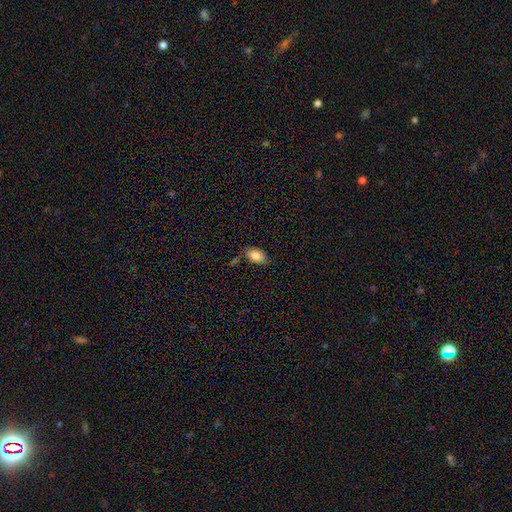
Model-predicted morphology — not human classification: This appears to be a smooth galaxy with no disk features (86%) that is in between round and cigar-shaped (90%). Merging: none (70%).